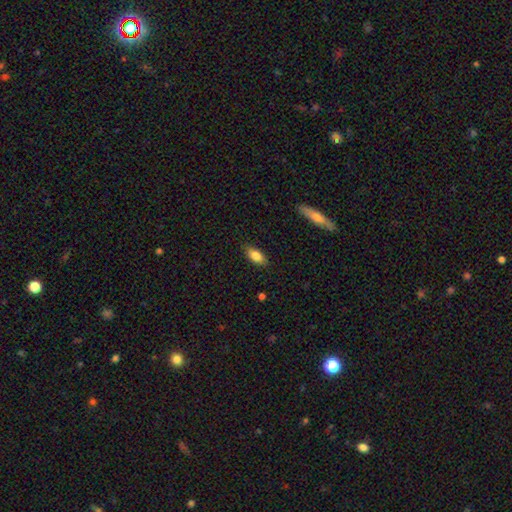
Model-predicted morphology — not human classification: Smooth or featured: smooth — 83% (featured or disk — 10%)
How rounded: in between — 86% (cigar-shaped — 10%)
Merging: none — 85% (minor disturbance — 11%)